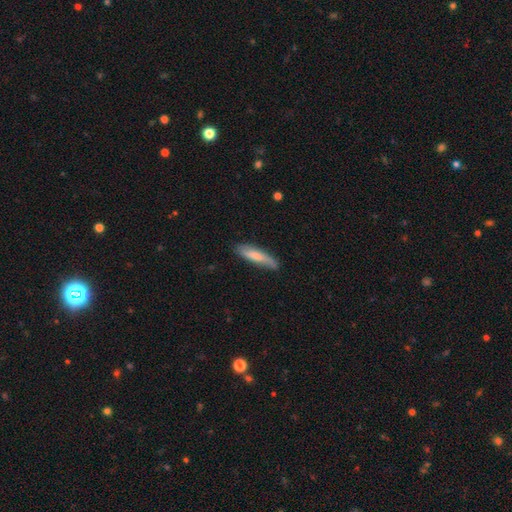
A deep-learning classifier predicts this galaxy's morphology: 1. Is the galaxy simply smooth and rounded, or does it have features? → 71% smooth, 23% featured or disk, 5% star or artifact.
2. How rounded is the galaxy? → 80% cigar-shaped, 19% in between, 1% round.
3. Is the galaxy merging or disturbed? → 79% none, 17% minor disturbance, 3% major disturbance, 1% merger.